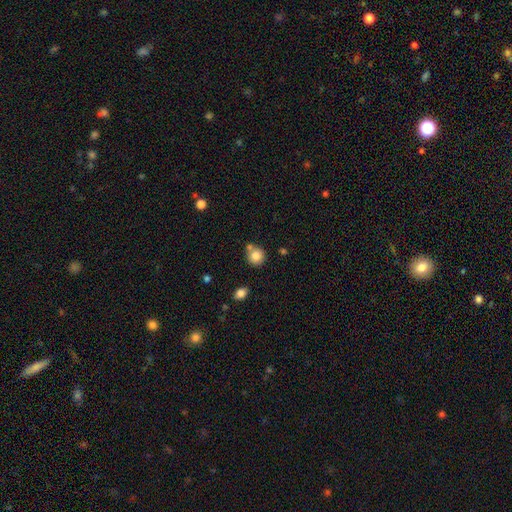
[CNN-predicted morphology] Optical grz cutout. It shows a smooth galaxy with no disk features (82%) that is round (89%). Merging: none (65%).